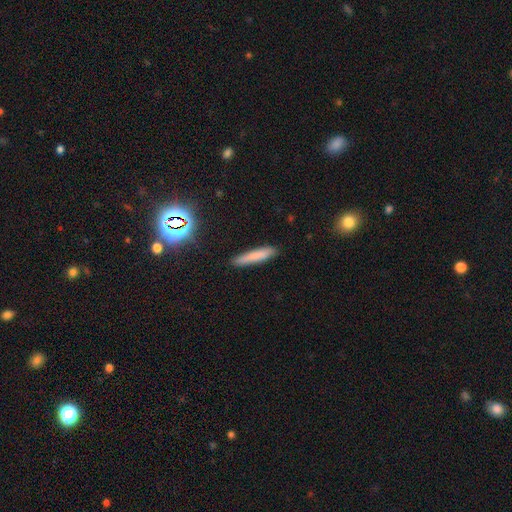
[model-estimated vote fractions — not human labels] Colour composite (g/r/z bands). It shows a smooth galaxy with no disk features (75%) that is cigar-shaped (90%). Merging: none (88%).